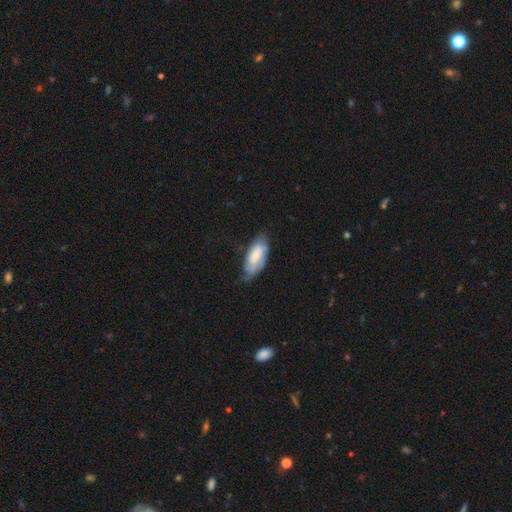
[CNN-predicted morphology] This is possibly a smooth galaxy (56%). How rounded: clearly in between (84%). Merging: possibly none (48%).